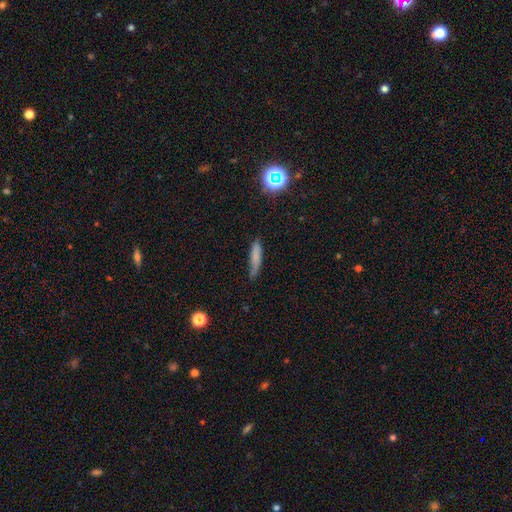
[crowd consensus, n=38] Smooth or featured: smooth — 79% (featured or disk — 18%)
How rounded: cigar-shaped — 83% (in between — 10%)
Merging: none — 62% (minor disturbance — 38%)